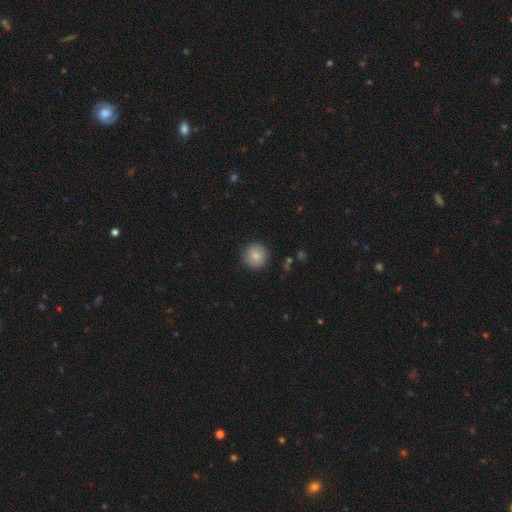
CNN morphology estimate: This appears to be a smooth galaxy with no disk features (83%) that is round (95%). Merging: none (89%).